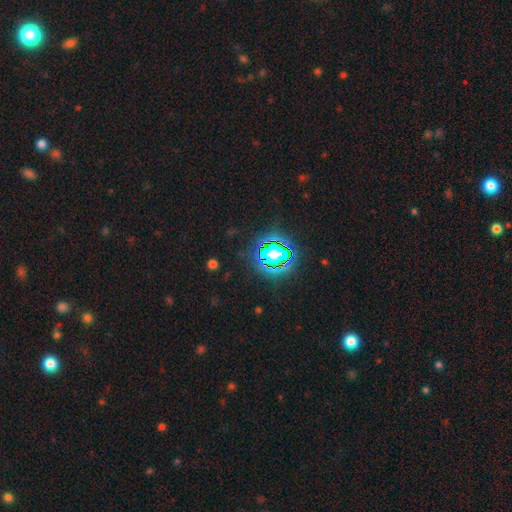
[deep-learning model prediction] Smooth or featured? star or artifact (83%)